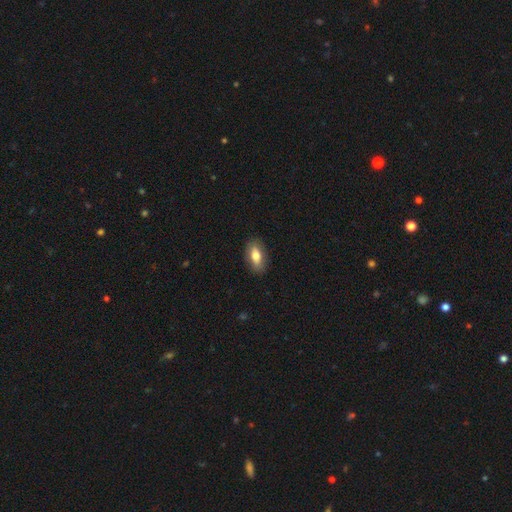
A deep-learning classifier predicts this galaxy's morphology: Q: Smooth or featured?
A: smooth (74%); runner-up: featured or disk (19%)
Q: How rounded?
A: in between (87%); runner-up: cigar-shaped (8%)
Q: Merging?
A: none (86%); runner-up: minor disturbance (10%)